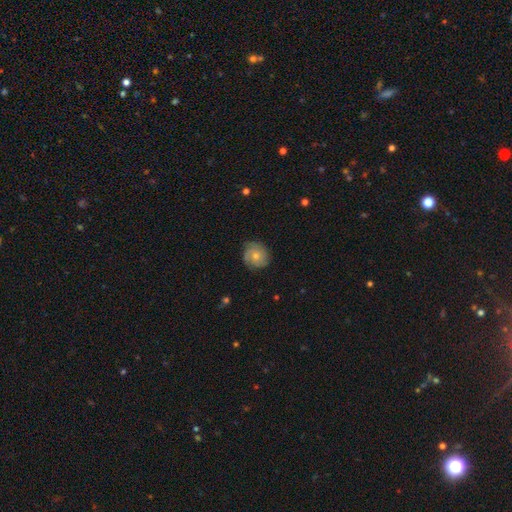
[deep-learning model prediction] A smooth galaxy with no disk features (56%) that is round (85%). Merging: none (77%).